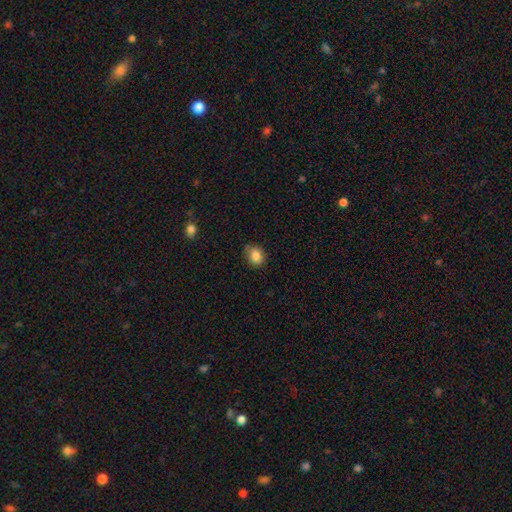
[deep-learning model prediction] Smooth or featured?
  - smooth: 85% *
  - star or artifact: 10%
  - featured or disk: 5%
How rounded?
  - round: 53% *
  - in between: 46%
  - cigar-shaped: 1%
Merging?
  - none: 72% *
  - minor disturbance: 22%
  - major disturbance: 4%
  - merger: 2%